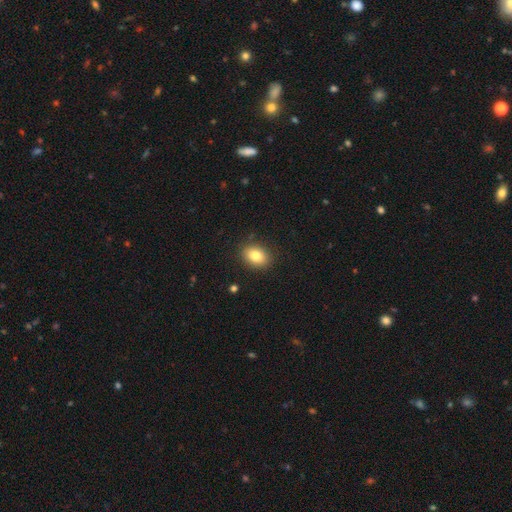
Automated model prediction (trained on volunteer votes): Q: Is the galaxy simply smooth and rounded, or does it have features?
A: smooth — 82%.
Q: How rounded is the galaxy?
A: in between — 71%.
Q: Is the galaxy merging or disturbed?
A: none — 87%.